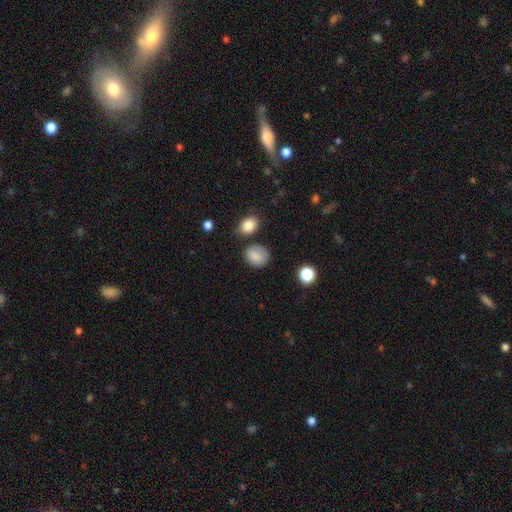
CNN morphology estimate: A smooth galaxy with no disk features (85%) that is round (53%). Merging: none (72%).